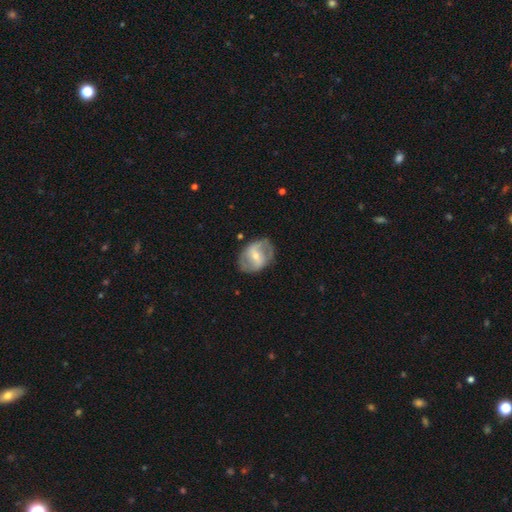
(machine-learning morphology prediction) smooth-or-featured: featured or disk: 73% | smooth: 21% | star or artifact: 6%
  disk-edge-on: no: 96% | yes: 4%
    bar: weak: 42% | strong: 37% | no: 21%
    has-spiral-arms: yes: 75% | no: 25%
      spiral-winding: medium: 47% | loose: 29% | tight: 24%
      spiral-arm-count: 2: 82% | can't tell: 11% | 1: 3% | 3: 2% | 4: 1% | more than 4: 1%
    bulge-size: small: 52% | moderate: 43% | large: 2% | none: 2% | dominant: 1%
  merging: none: 75% | minor disturbance: 16% | major disturbance: 7% | merger: 1%